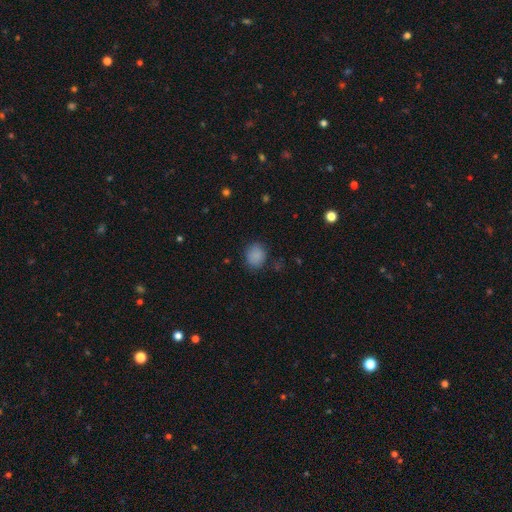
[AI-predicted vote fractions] This appears to be a smooth galaxy with no disk features (86%) that is round (73%). Merging: none (83%).